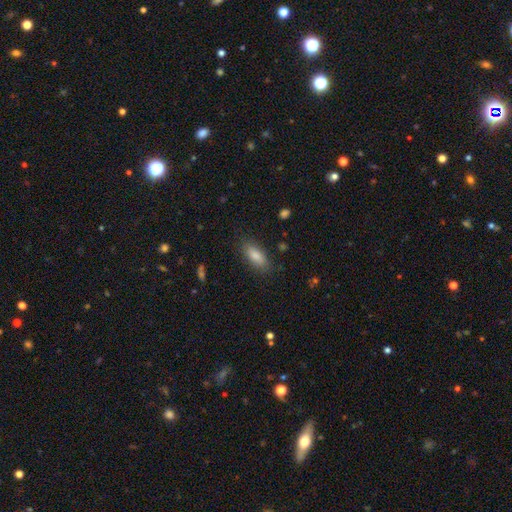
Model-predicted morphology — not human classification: Smooth or featured? Predicted: smooth (p=0.84). How rounded? Predicted: in between (p=0.77). Merging? Predicted: none (p=0.83).